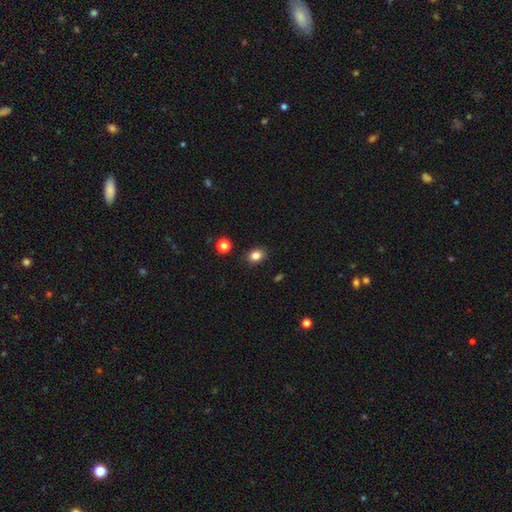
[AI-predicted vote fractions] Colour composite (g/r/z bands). It shows a smooth galaxy with no disk features (83%) that is in between round and cigar-shaped (55%). Merging: none (88%).